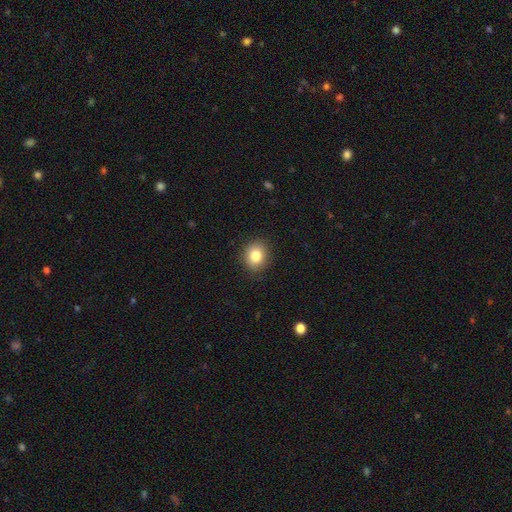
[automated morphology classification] A smooth galaxy with no disk features (83%) that is round (70%).

Vote fractions:
- Smooth or featured? smooth: 83% / star or artifact: 10% / featured or disk: 7%
- How rounded? round: 70% / in between: 29% / cigar-shaped: 1%
- Merging? none: 89% / minor disturbance: 8% / major disturbance: 2% / merger: 1%